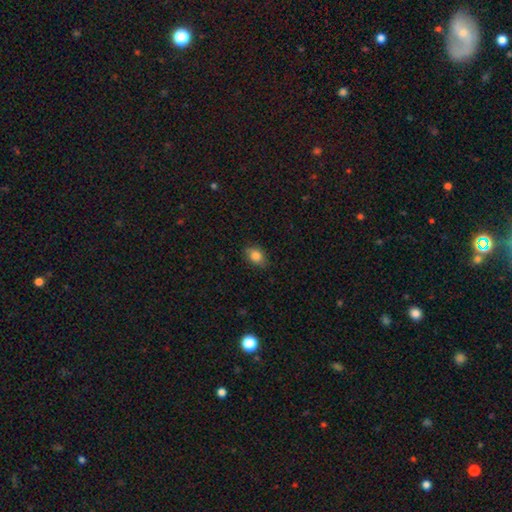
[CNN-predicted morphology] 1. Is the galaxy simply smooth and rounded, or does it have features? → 85% smooth, 9% star or artifact, 7% featured or disk.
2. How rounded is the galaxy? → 72% in between, 26% round, 2% cigar-shaped.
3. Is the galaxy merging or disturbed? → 79% none, 17% minor disturbance, 3% major disturbance, 1% merger.